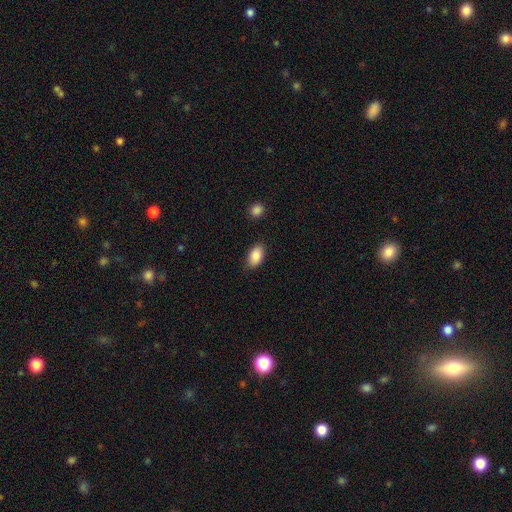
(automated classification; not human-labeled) This appears to be a smooth galaxy with no disk features (88%) that is in between round and cigar-shaped (93%). Merging: none (82%).